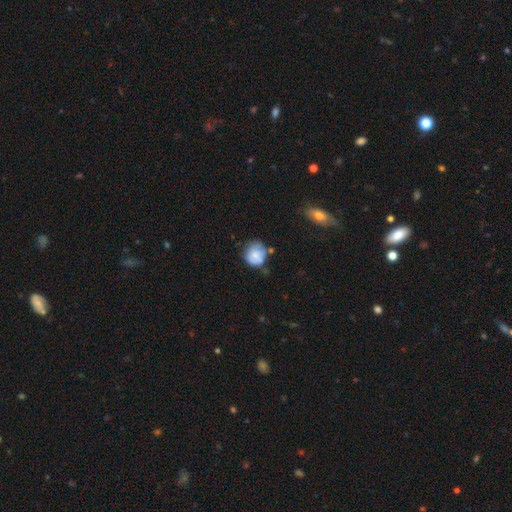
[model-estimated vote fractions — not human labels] Q: Smooth or featured?
A: smooth (69%); runner-up: featured or disk (22%)
Q: How rounded?
A: round (77%); runner-up: in between (22%)
Q: Merging?
A: none (50%); runner-up: minor disturbance (31%)